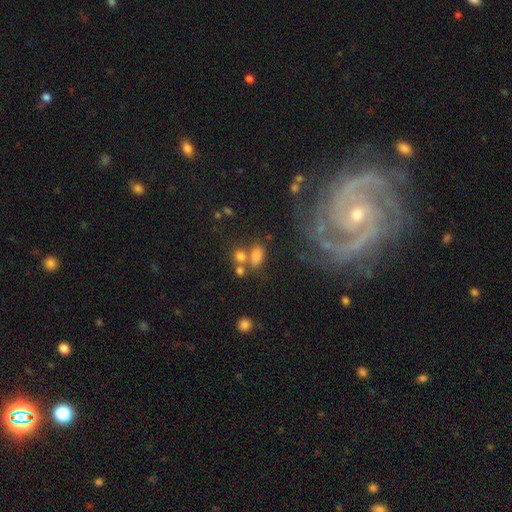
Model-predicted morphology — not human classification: smooth-or-featured: smooth: 74% | star or artifact: 14% | featured or disk: 12%
  how-rounded: in between: 76% | round: 21% | cigar-shaped: 3%
  merging: none: 48% | merger: 29% | minor disturbance: 14% | major disturbance: 9%